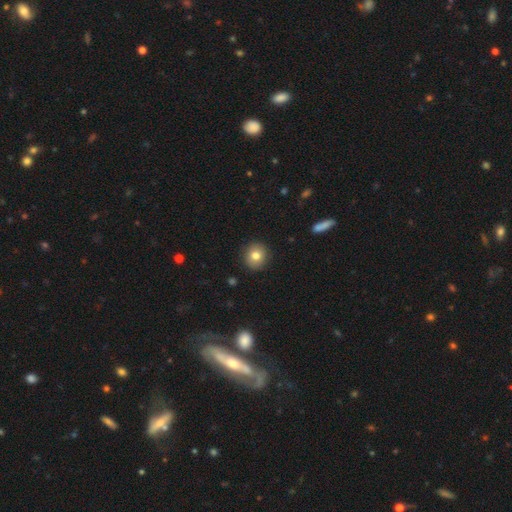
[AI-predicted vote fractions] smooth_or_featured: smooth (p=0.79) [alt: featured or disk p=0.11]
how_rounded: round (p=0.85) [alt: in between p=0.14]
merging: none (p=0.90) [alt: minor disturbance p=0.07]